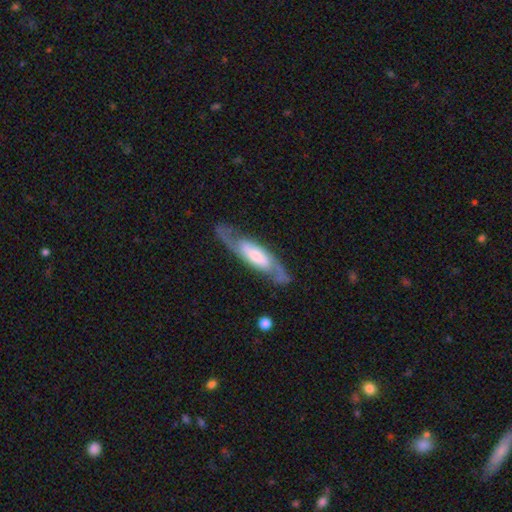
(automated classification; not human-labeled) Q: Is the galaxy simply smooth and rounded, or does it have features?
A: featured or disk — 81%.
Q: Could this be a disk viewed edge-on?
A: no — 83%.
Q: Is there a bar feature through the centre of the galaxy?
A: no — 42%.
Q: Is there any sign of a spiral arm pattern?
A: yes — 94%.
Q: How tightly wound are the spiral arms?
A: medium — 51%.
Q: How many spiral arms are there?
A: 2 — 87%.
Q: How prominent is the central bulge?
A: moderate — 37%.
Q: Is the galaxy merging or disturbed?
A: none — 75%.